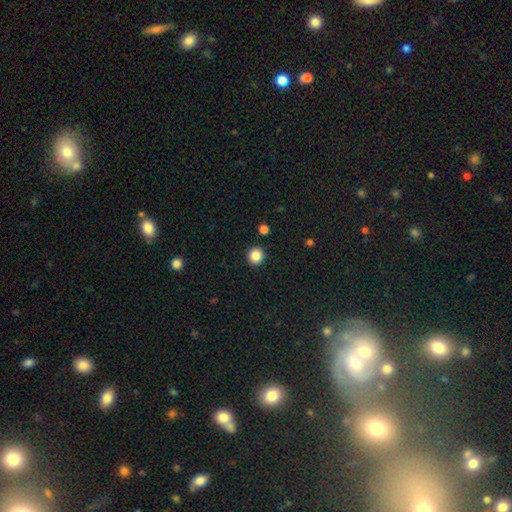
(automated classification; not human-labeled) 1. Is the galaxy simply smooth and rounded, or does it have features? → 86% smooth, 11% star or artifact, 4% featured or disk.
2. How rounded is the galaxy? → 93% round, 6% in between, 1% cigar-shaped.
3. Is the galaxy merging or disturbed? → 91% none, 5% minor disturbance, 2% merger, 2% major disturbance.